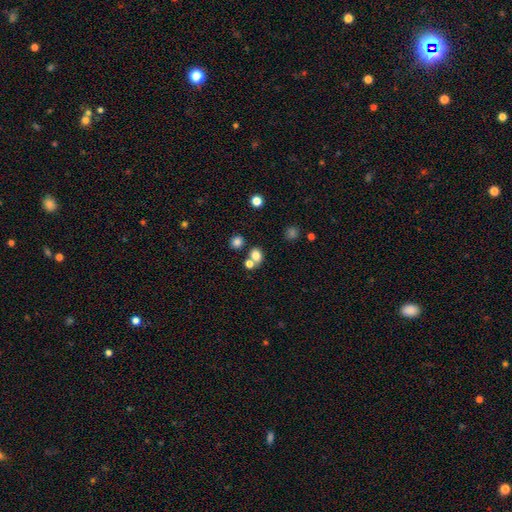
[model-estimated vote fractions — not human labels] Smooth or featured?
  - smooth: 77% *
  - star or artifact: 15%
  - featured or disk: 9%
How rounded?
  - round: 67% *
  - in between: 32%
  - cigar-shaped: 1%
Merging?
  - none: 55% *
  - merger: 32%
  - minor disturbance: 8%
  - major disturbance: 4%